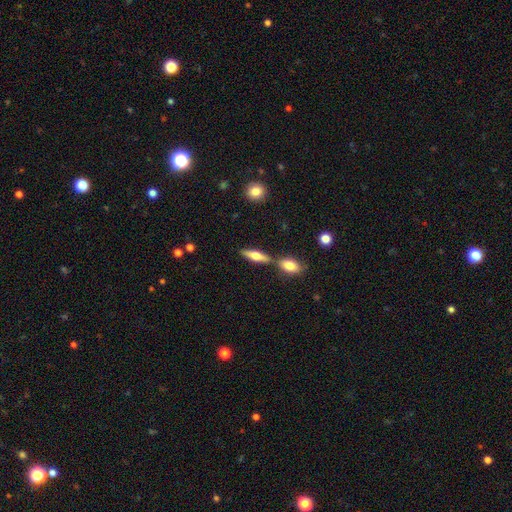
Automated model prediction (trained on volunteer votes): The model was most divided on "how rounded": cigar-shaped: 54%, in between: 43%, round: 3%. More confident: merging — none (67%); smooth or featured — smooth (53%).